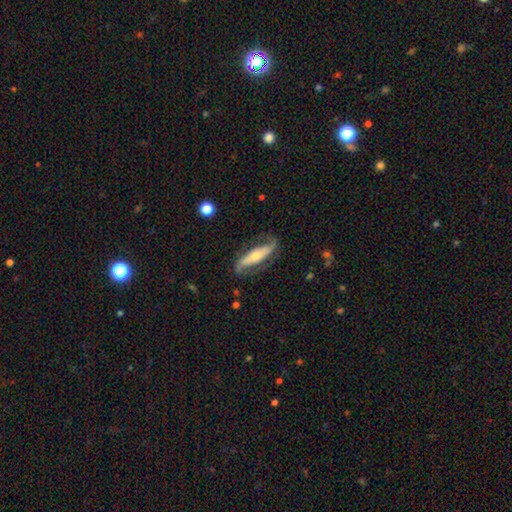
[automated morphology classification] type=featured or disk (73%); edge-on=no (70%); bar=no (44%); spiral arms=yes (89%); bulge=moderate (48%); merging=none (72%).